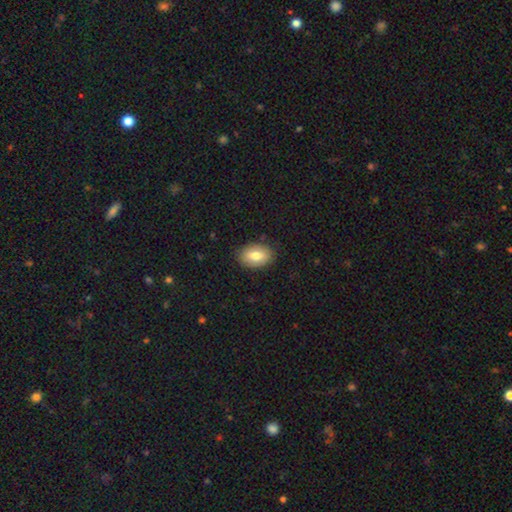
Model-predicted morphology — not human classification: Overall: smooth (76%). How rounded: in between (86%). Merging: none (86%).